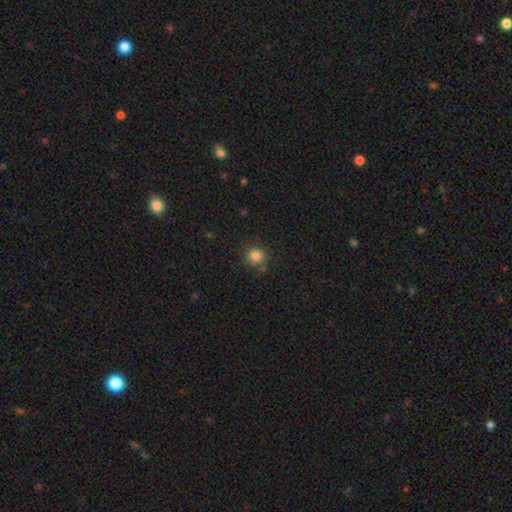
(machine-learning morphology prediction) The model was most divided on "smooth or featured": smooth: 82%, star or artifact: 13%, featured or disk: 5%. More confident: how rounded — round (92%); merging — none (81%).